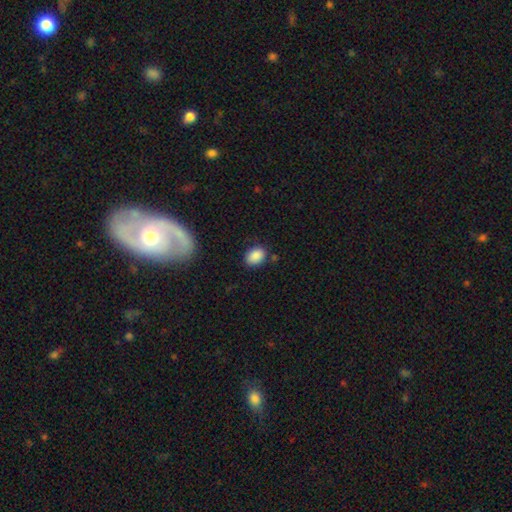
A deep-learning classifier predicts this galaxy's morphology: smooth_or_featured: smooth (p=0.88) [alt: star or artifact p=0.08]
how_rounded: in between (p=0.73) [alt: round p=0.26]
merging: none (p=0.80) [alt: minor disturbance p=0.14]